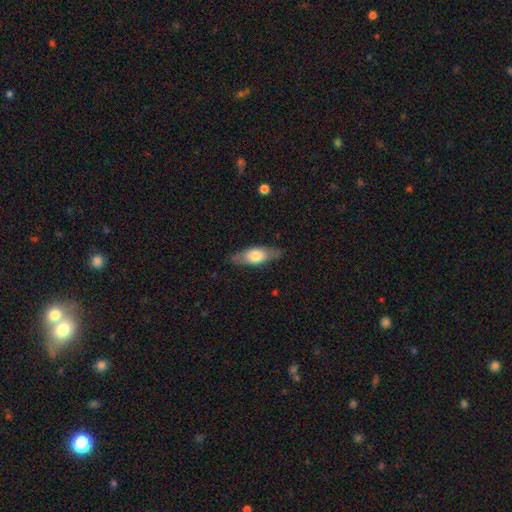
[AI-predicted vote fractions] Q: Smooth or featured?
A: smooth (59%); runner-up: featured or disk (35%)
Q: How rounded?
A: in between (66%); runner-up: cigar-shaped (31%)
Q: Merging?
A: none (82%); runner-up: minor disturbance (13%)